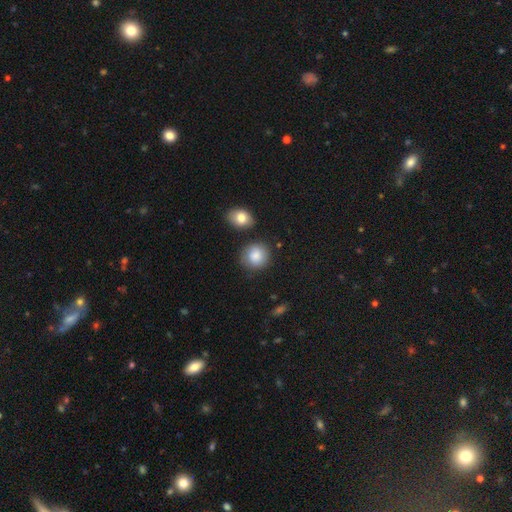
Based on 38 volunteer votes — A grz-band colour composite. It shows a smooth galaxy with no disk features (92%) that is round (91%). Merging: none (84%).